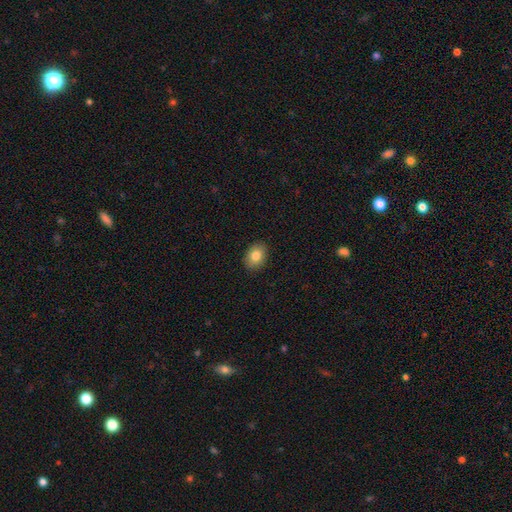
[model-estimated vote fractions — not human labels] This appears to be a smooth galaxy with no disk features (83%) that is in between round and cigar-shaped (72%). Merging: none (89%).